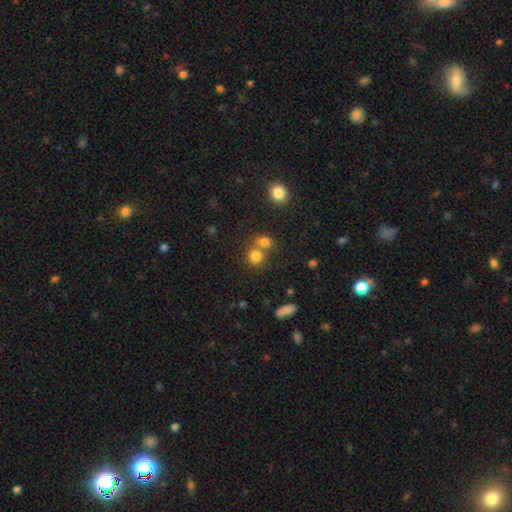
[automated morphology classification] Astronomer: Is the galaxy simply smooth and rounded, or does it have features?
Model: smooth — 78%.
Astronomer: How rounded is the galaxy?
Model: round — 79%.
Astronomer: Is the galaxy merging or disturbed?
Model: none — 49% (runner-up: merger, 41%).